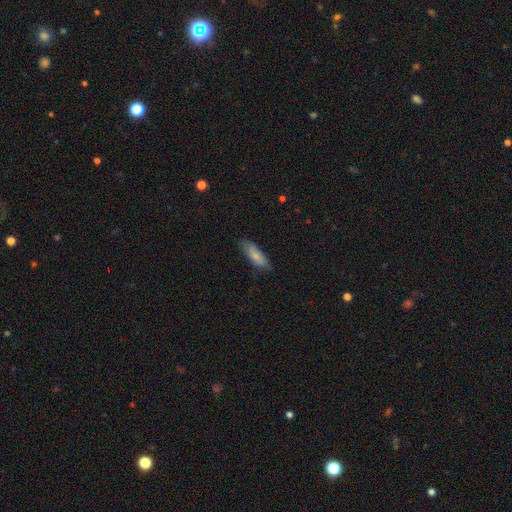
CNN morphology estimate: This appears to be a smooth galaxy with no disk features (76%) that is in between round and cigar-shaped (63%). Merging: none (72%).